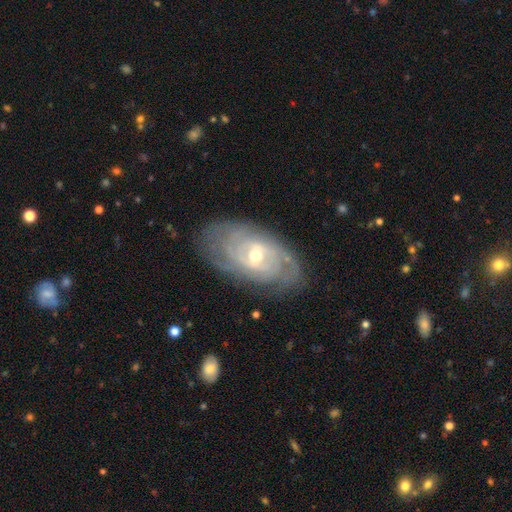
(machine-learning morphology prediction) The model was most divided on "bar": weak: 45%, no: 42%, strong: 13%. Remaining: edge-on disk — no (94%); spiral arms — yes (93%); smooth or featured — featured or disk (85%); merging — none (78%); spiral winding — tight (73%); bulge size — moderate (53%); spiral arm count — can't tell (40%).